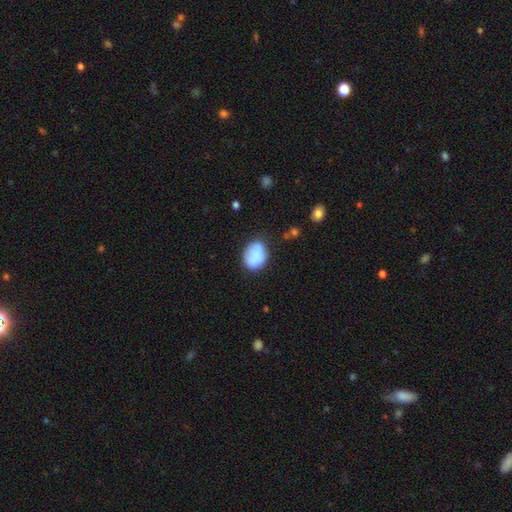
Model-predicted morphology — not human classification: smooth-or-featured: smooth: 81% | featured or disk: 11% | star or artifact: 8%
  how-rounded: in between: 62% | round: 37% | cigar-shaped: 1%
  merging: none: 66% | minor disturbance: 23% | major disturbance: 6% | merger: 5%